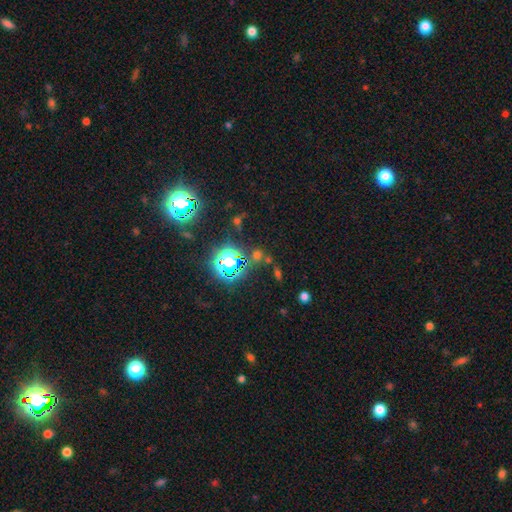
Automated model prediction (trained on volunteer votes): smooth-or-featured: star or artifact: 70% | smooth: 21% | featured or disk: 10%